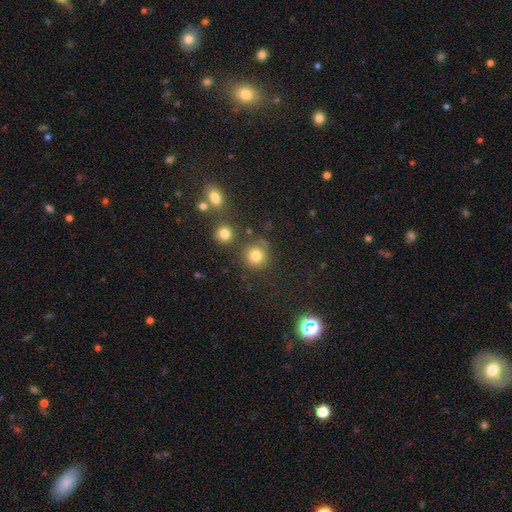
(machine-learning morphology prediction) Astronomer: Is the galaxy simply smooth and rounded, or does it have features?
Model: smooth — 79%.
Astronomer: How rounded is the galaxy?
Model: round — 91%.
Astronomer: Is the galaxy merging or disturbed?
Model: none — 76%.